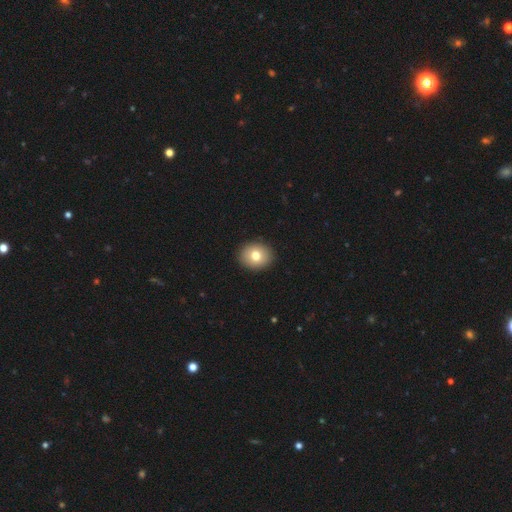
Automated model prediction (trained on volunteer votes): A smooth galaxy with no disk features (76%) that is round (67%).

Vote fractions:
- Smooth or featured? smooth: 76% / featured or disk: 14% / star or artifact: 9%
- How rounded? round: 67% / in between: 32% / cigar-shaped: 1%
- Merging? none: 92% / minor disturbance: 5% / major disturbance: 2% / merger: 1%